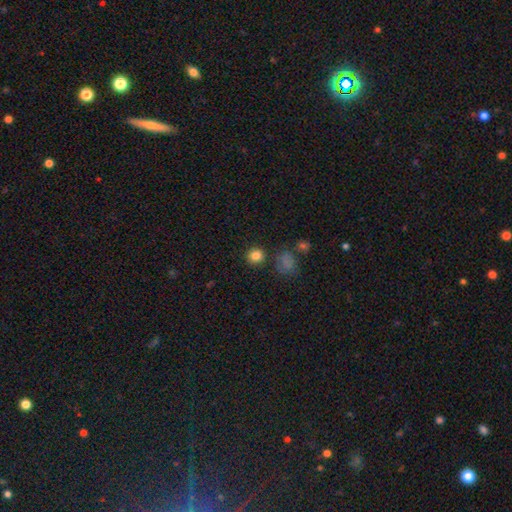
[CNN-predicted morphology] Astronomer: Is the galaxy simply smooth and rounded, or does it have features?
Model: smooth — 82%.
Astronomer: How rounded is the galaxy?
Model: round — 89%.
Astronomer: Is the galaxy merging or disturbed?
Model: none — 86%.